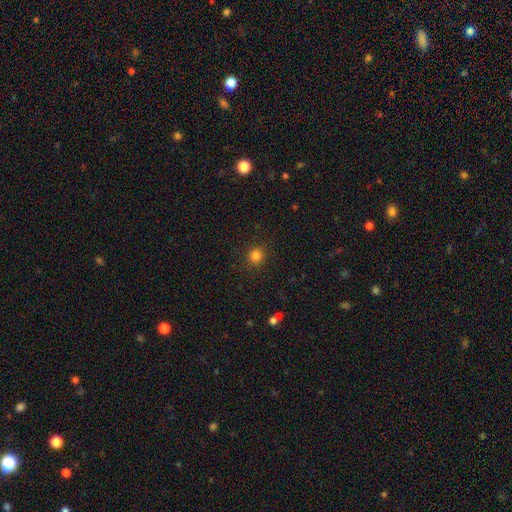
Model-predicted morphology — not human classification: The model was most divided on "smooth or featured": smooth: 82%, star or artifact: 14%, featured or disk: 4%. More confident: how rounded — round (91%); merging — none (91%).